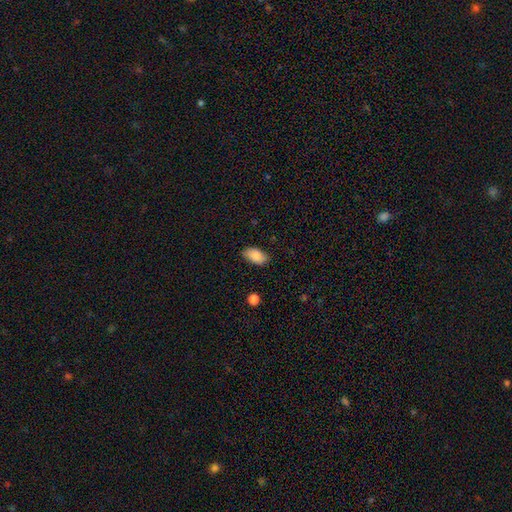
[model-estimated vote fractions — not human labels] smooth-or-featured: smooth: 86% | featured or disk: 7% | star or artifact: 7%
  how-rounded: in between: 94% | round: 4% | cigar-shaped: 2%
  merging: none: 81% | minor disturbance: 15% | major disturbance: 3% | merger: 1%